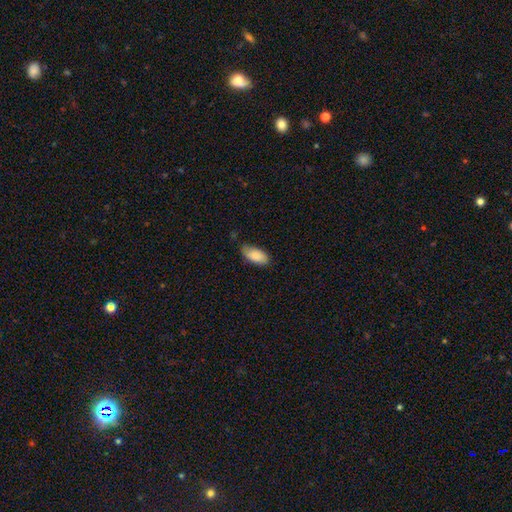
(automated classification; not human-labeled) The model was most divided on "merging": none: 70%, minor disturbance: 25%, major disturbance: 4%, merger: 2%. More confident: how rounded — in between (92%); smooth or featured — smooth (87%).